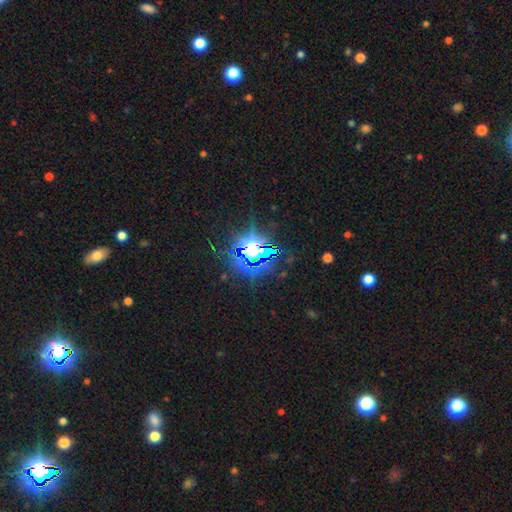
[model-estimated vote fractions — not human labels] Smooth or featured? star or artifact (78%)